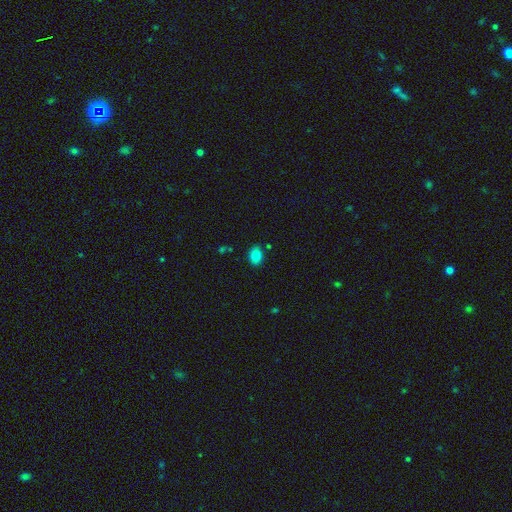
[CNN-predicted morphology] Overall: smooth (85%). How rounded: in between (73%). Merging: none (83%).